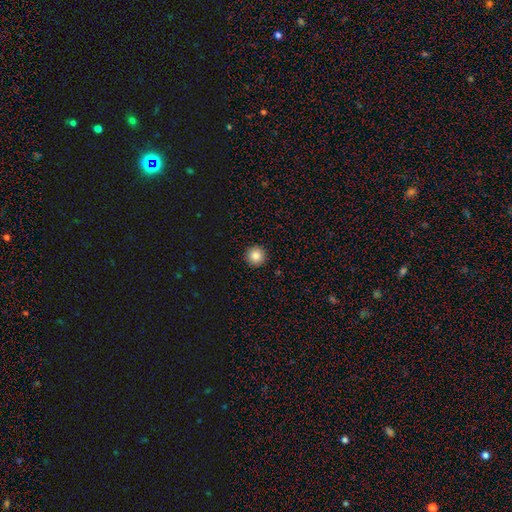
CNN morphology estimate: Smooth or featured?
  - smooth: 84% *
  - star or artifact: 10%
  - featured or disk: 6%
How rounded?
  - round: 96% *
  - in between: 3%
  - cigar-shaped: 1%
Merging?
  - none: 93% *
  - minor disturbance: 4%
  - major disturbance: 1%
  - merger: 1%